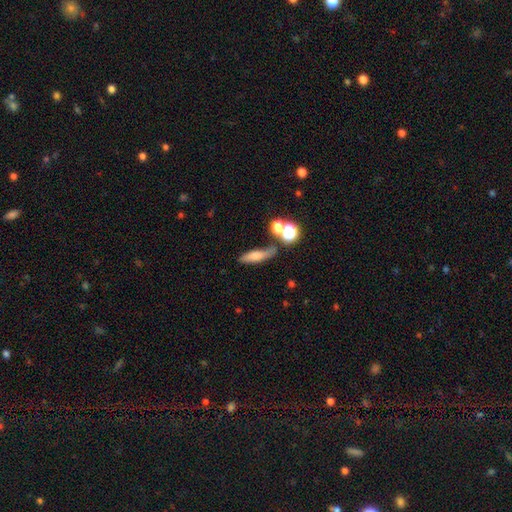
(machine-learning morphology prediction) type=smooth (65%); roundness=cigar-shaped (59%); merging=none (62%).